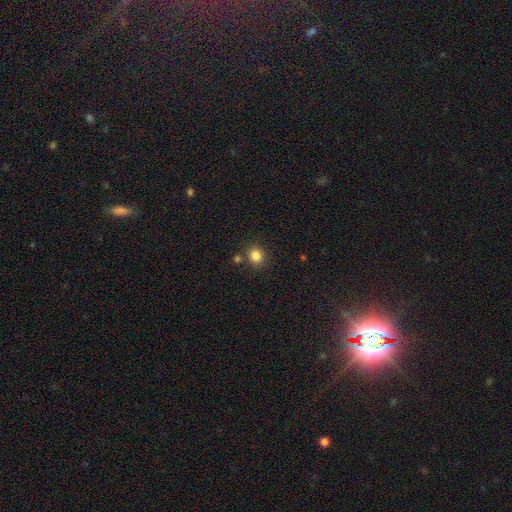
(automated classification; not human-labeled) Q: Smooth or featured?
A: smooth (83%); runner-up: star or artifact (12%)
Q: How rounded?
A: round (82%); runner-up: in between (17%)
Q: Merging?
A: none (81%); runner-up: minor disturbance (8%)